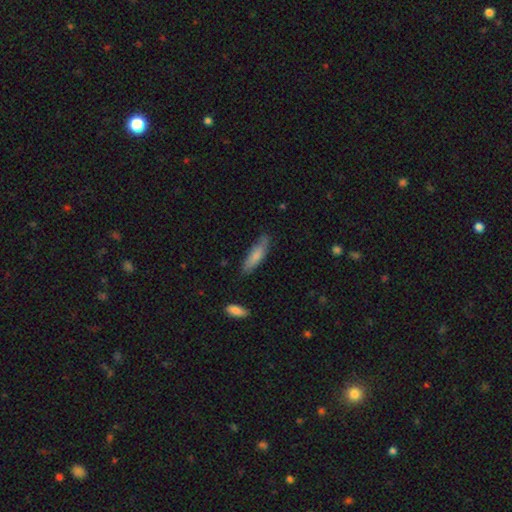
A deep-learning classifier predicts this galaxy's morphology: Q: Smooth or featured?
A: smooth (77%); runner-up: featured or disk (17%)
Q: How rounded?
A: cigar-shaped (63%); runner-up: in between (36%)
Q: Merging?
A: none (70%); runner-up: minor disturbance (23%)